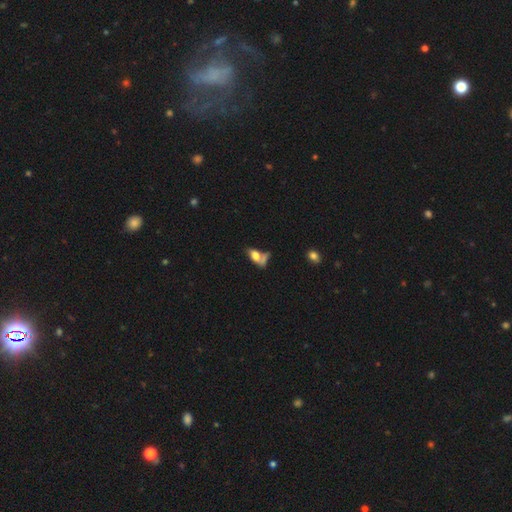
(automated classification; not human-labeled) Q: Smooth or featured?
A: smooth (67%); runner-up: featured or disk (23%)
Q: How rounded?
A: in between (82%); runner-up: cigar-shaped (10%)
Q: Merging?
A: merger (40%); runner-up: none (32%)